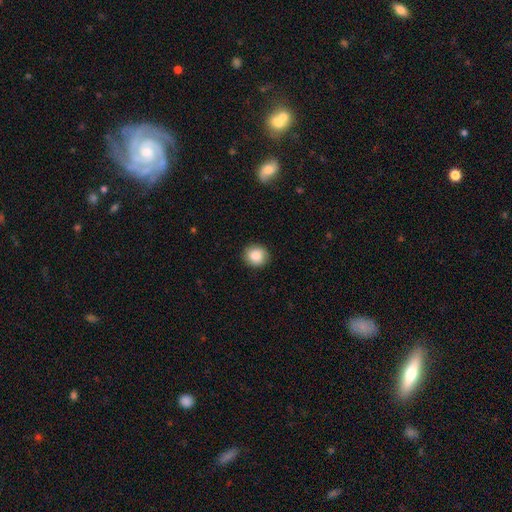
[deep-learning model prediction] A smooth galaxy with no disk features (87%) that is round (85%). Merging: none (88%).